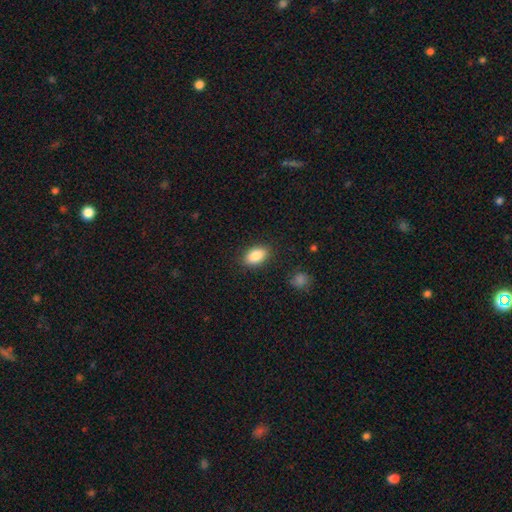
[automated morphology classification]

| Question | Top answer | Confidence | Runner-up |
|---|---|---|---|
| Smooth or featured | smooth | 86% | star or artifact (7%) |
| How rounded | in between | 90% | round (7%) |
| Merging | none | 87% | minor disturbance (9%) |